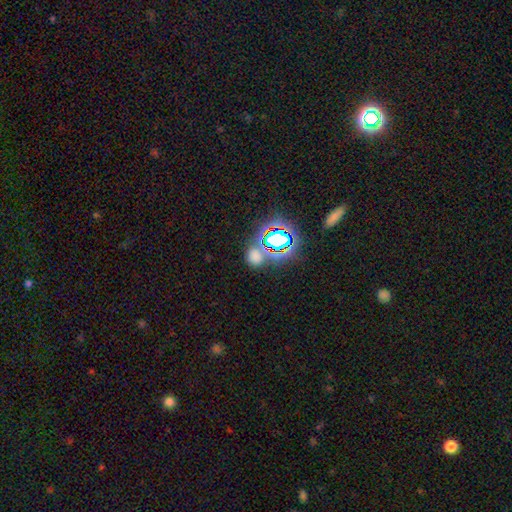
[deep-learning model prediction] Q: Smooth or featured?
A: smooth (49%); runner-up: star or artifact (43%)
Q: Merging?
A: none (64%); runner-up: merger (18%)